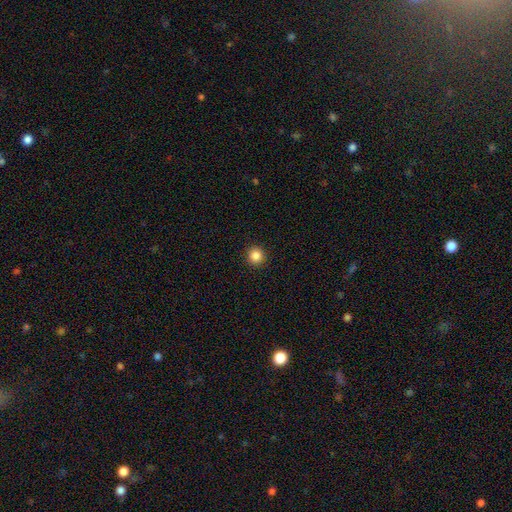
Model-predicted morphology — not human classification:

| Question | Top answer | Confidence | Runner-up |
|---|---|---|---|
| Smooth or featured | smooth | 86% | star or artifact (11%) |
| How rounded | round | 94% | in between (5%) |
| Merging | none | 93% | minor disturbance (5%) |